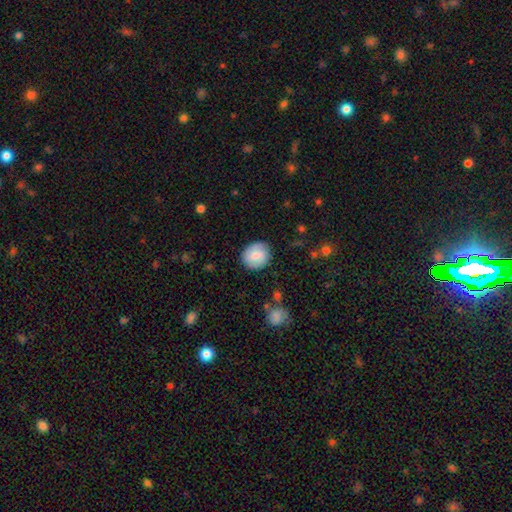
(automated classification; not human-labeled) smooth-or-featured: smooth: 68% | featured or disk: 26% | star or artifact: 7%
  how-rounded: round: 76% | in between: 23% | cigar-shaped: 1%
  merging: none: 84% | minor disturbance: 12% | major disturbance: 3% | merger: 1%